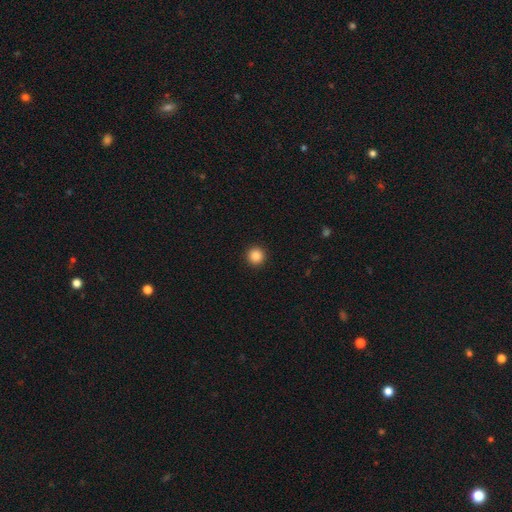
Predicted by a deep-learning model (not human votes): This appears to be a smooth galaxy with no disk features (86%) that is round (96%). Merging: none (93%).